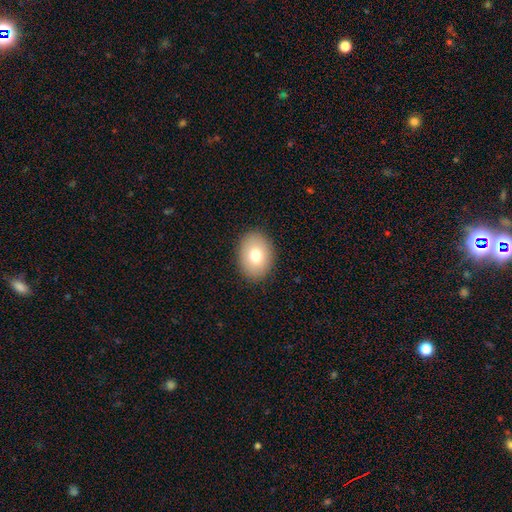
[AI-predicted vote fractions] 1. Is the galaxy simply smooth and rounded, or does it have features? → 76% smooth, 15% featured or disk, 9% star or artifact.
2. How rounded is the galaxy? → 70% in between, 29% round, 1% cigar-shaped.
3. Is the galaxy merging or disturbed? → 89% none, 8% minor disturbance, 2% major disturbance, 1% merger.